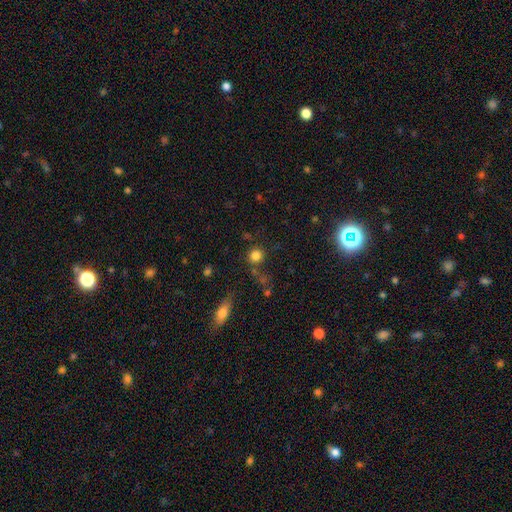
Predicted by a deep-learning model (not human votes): Smooth or featured? smooth (82%)
How rounded? round (91%)
Merging? none (76%)